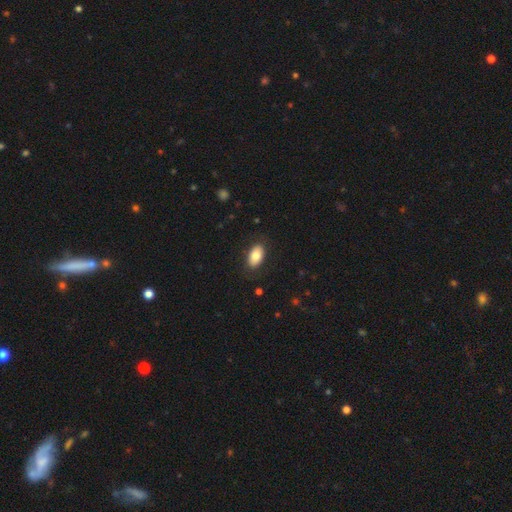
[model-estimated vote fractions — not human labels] Overall: smooth (81%). How rounded: in between (93%). Merging: none (85%).